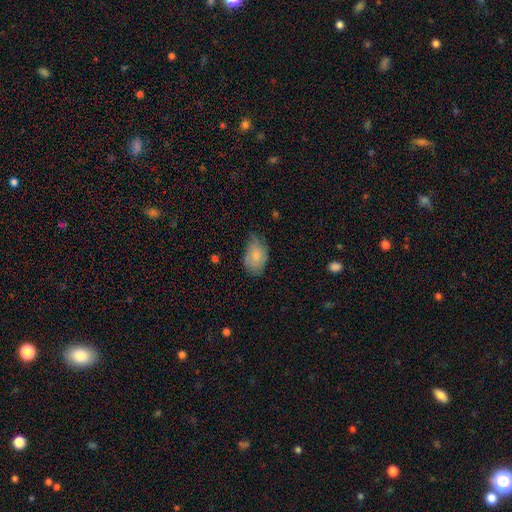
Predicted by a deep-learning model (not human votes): smooth 77%, featured or disk 16%, star or artifact 7%. Down the decision tree: how rounded — in between (89%); merging — none (53%).